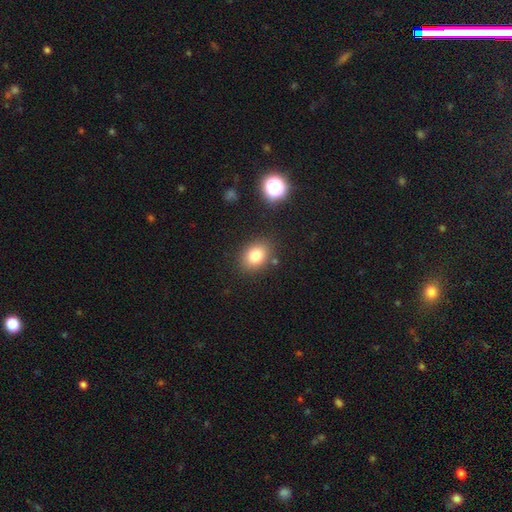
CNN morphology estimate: smooth_or_featured: smooth (p=0.80) [alt: star or artifact p=0.12]
how_rounded: in between (p=0.57) [alt: round p=0.42]
merging: none (p=0.84) [alt: minor disturbance p=0.10]